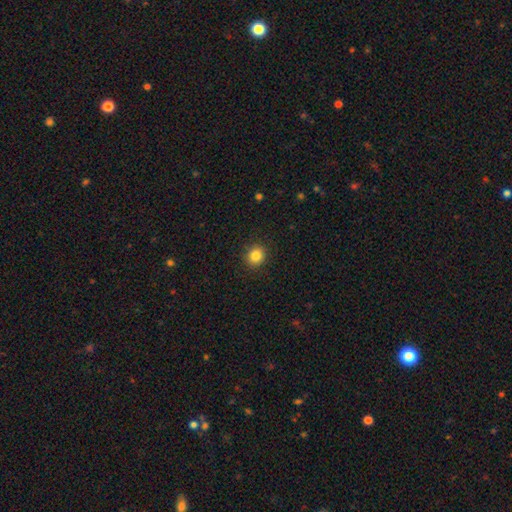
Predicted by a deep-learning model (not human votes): Morphology: type=smooth (84%); roundness=round (87%); merging=none (91%).